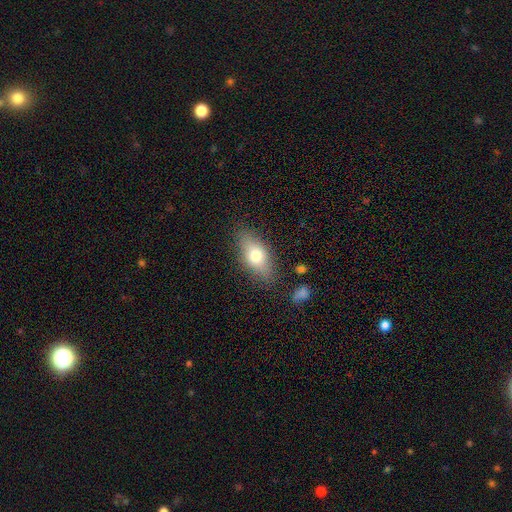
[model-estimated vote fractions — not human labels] Smooth or featured: smooth — 69% (featured or disk — 23%)
How rounded: in between — 81% (cigar-shaped — 12%)
Merging: none — 81% (minor disturbance — 13%)